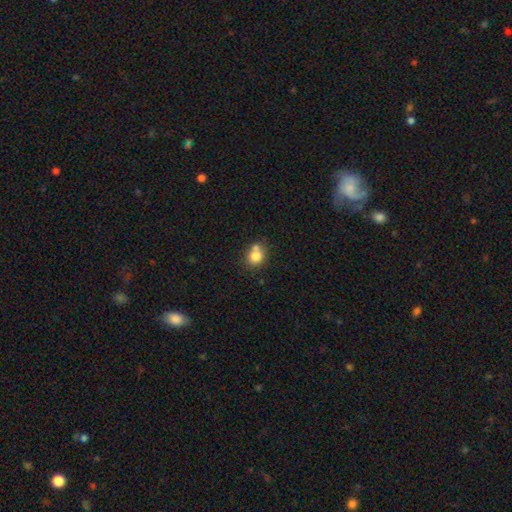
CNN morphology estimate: This appears to be a smooth galaxy with no disk features (78%) that is round (74%). Merging: none (49%).